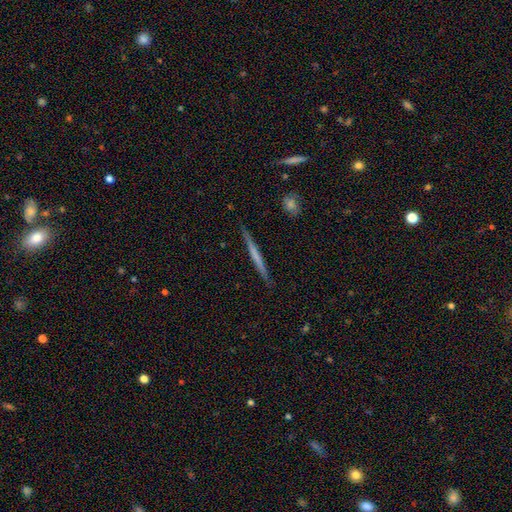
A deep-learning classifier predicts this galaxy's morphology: This is possibly a featured or disk galaxy (52%). It is clearly viewed edge-on (97%). Edge-on bulge: clearly none (84%). Merging: clearly none (90%).